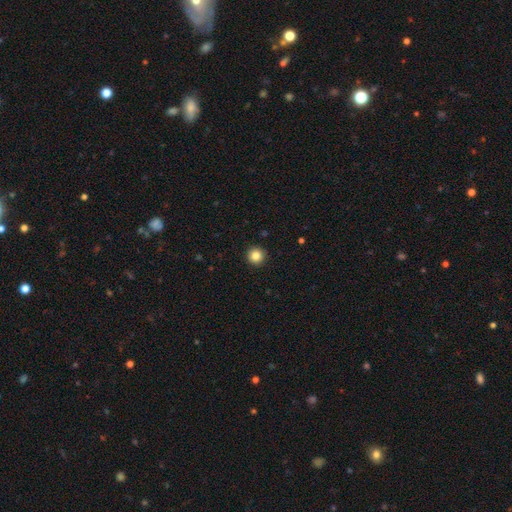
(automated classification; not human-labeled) A smooth galaxy with no disk features (84%) that is round (96%).

Vote fractions:
- Smooth or featured? smooth: 84% / star or artifact: 11% / featured or disk: 5%
- How rounded? round: 96% / in between: 3% / cigar-shaped: 1%
- Merging? none: 94% / minor disturbance: 4% / major disturbance: 1% / merger: 1%